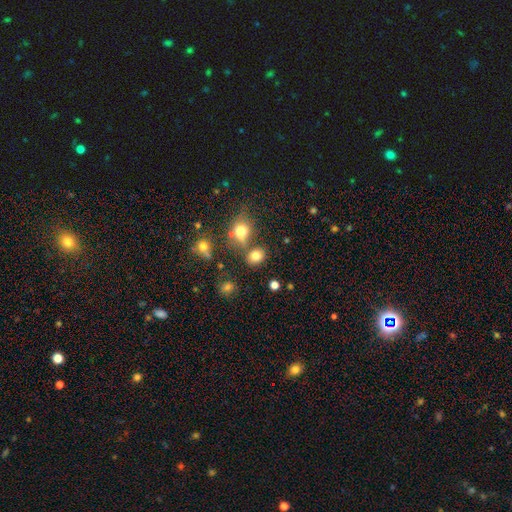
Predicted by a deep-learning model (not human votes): A smooth galaxy with no disk features (78%) that is round (50%). Merging: none (67%).